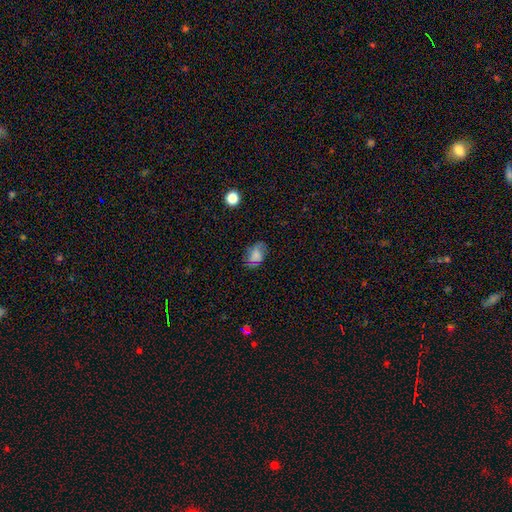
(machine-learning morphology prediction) Q: Smooth or featured?
A: smooth (66%); runner-up: featured or disk (22%)
Q: How rounded?
A: in between (82%); runner-up: round (17%)
Q: Merging?
A: none (71%); runner-up: minor disturbance (20%)